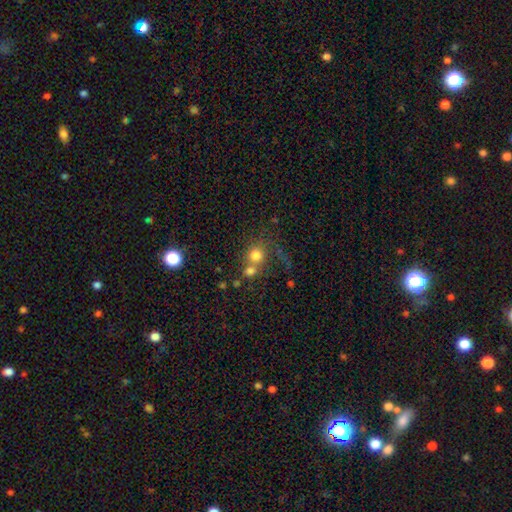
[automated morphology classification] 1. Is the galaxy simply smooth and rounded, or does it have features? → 75% smooth, 13% featured or disk, 12% star or artifact.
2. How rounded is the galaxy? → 84% round, 15% in between, 1% cigar-shaped.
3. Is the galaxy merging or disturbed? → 47% merger, 36% none, 9% minor disturbance, 9% major disturbance.